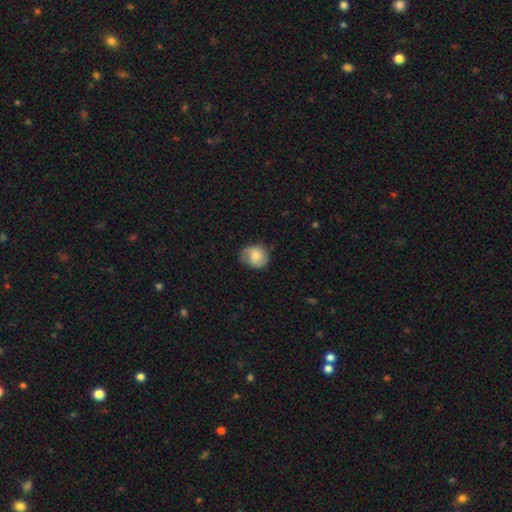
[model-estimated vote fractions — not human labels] A smooth galaxy with no disk features (77%) that is round (74%). Merging: none (71%).